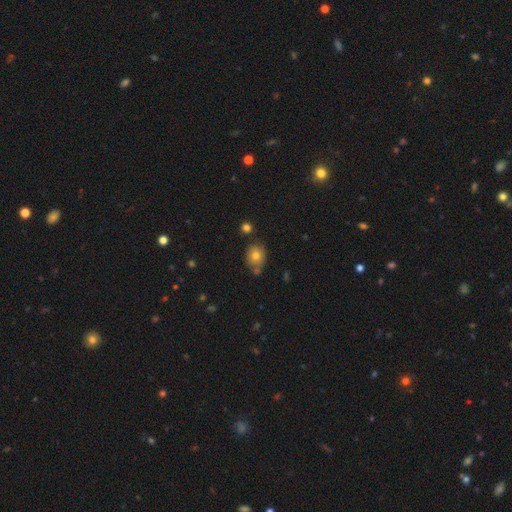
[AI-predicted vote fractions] This appears to be a smooth galaxy with no disk features (75%) that is round (60%). Merging: none (65%).